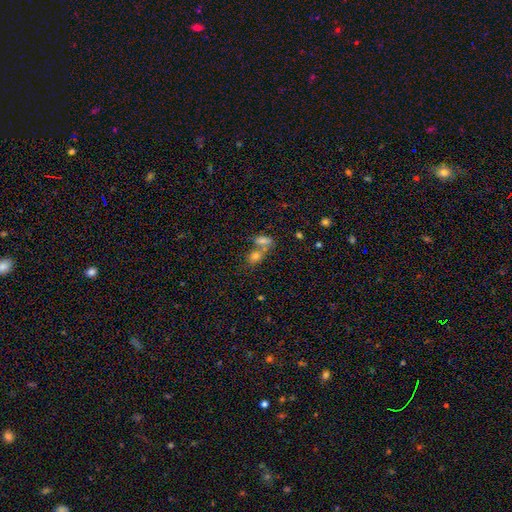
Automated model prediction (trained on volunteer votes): Smooth or featured?
  - smooth: 54% *
  - star or artifact: 26%
  - featured or disk: 19%
How rounded?
  - in between: 53% *
  - round: 39%
  - cigar-shaped: 8%
Merging?
  - merger: 51% *
  - none: 35%
  - minor disturbance: 8%
  - major disturbance: 6%